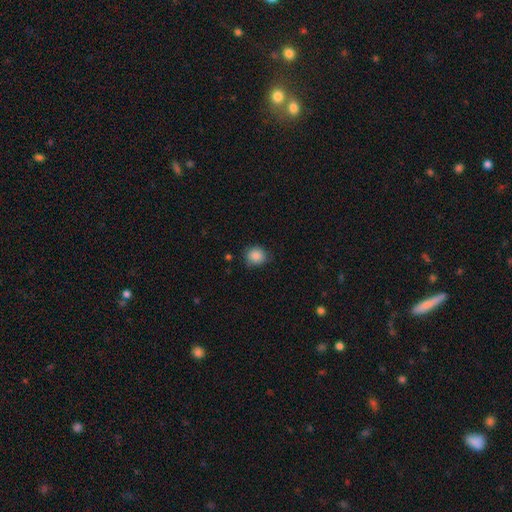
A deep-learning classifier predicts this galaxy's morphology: This appears to be a smooth galaxy with no disk features (87%) that is round (82%). Merging: none (75%).